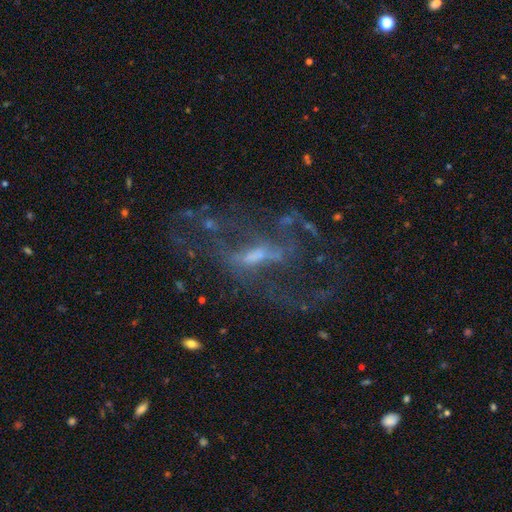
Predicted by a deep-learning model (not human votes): Smooth or featured? Predicted: featured or disk (p=0.76). Edge-on disk? Predicted: no (p=0.91). Bar? Predicted: weak (p=0.43). Spiral arms? Predicted: yes (p=0.66). Bulge size? Predicted: small (p=0.45). Merging? Predicted: none (p=0.47).